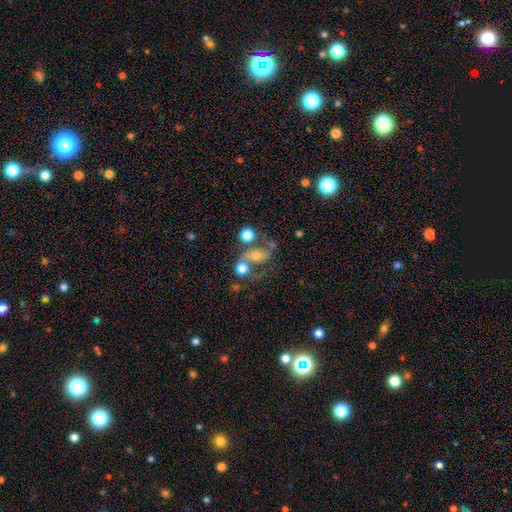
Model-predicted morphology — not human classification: smooth_or_featured: featured or disk (p=0.53) [alt: smooth p=0.34]
disk_edge_on: no (p=0.95) [alt: yes p=0.05]
bar: no (p=0.56) [alt: weak p=0.27]
has_spiral_arms: yes (p=0.65) [alt: no p=0.35]
bulge_size: moderate (p=0.58) [alt: small p=0.23]
merging: none (p=0.41) [alt: merger p=0.31]